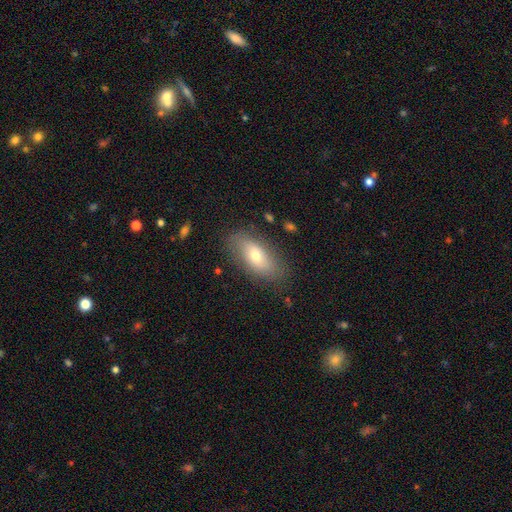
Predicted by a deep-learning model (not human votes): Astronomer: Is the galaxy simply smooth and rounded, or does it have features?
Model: smooth — 62%.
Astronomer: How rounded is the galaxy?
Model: in between — 85%.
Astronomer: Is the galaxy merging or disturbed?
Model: none — 81%.